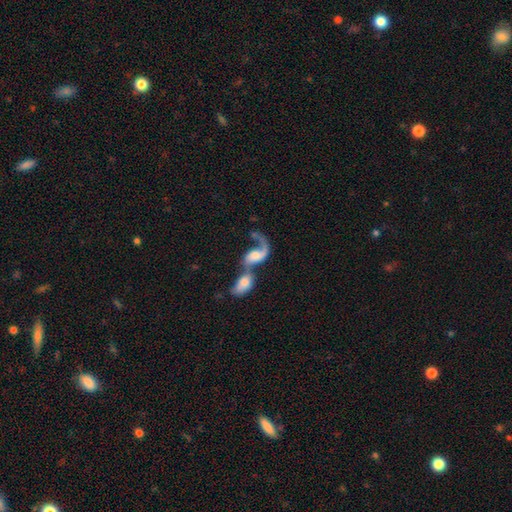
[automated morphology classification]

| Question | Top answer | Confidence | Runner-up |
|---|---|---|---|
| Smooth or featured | featured or disk | 63% | smooth (29%) |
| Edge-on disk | no | 96% | yes (4%) |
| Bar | no | 62% | weak (30%) |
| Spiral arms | yes | 82% | no (18%) |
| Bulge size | moderate | 36% | small (22%) |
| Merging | merger | 72% | major disturbance (13%) |